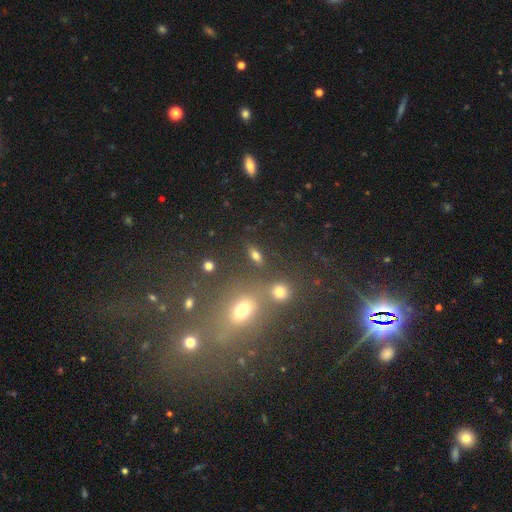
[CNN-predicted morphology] A smooth galaxy with no disk features (69%) that is in between round and cigar-shaped (71%). Merging: none (77%).